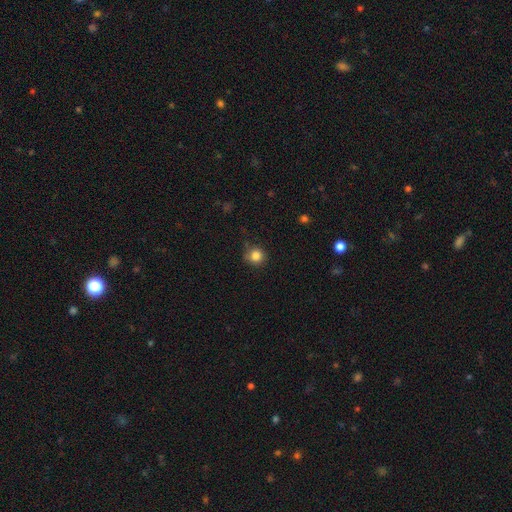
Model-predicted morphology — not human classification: Smooth or featured? smooth (84%)
How rounded? round (91%)
Merging? none (75%)